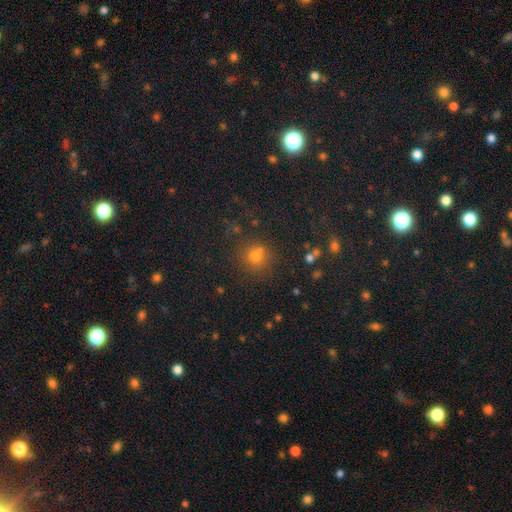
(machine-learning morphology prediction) This is likely a smooth galaxy (62%). How rounded: clearly round (92%). Merging: clearly none (85%).